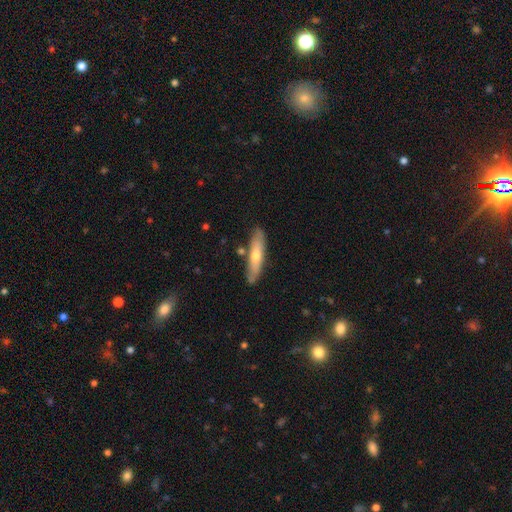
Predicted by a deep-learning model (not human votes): smooth-or-featured: smooth: 54% | featured or disk: 40% | star or artifact: 5%
  how-rounded: cigar-shaped: 80% | in between: 18% | round: 2%
  merging: none: 82% | minor disturbance: 12% | merger: 4% | major disturbance: 2%